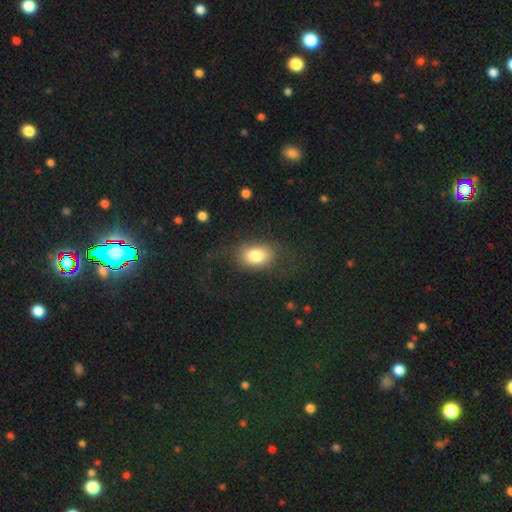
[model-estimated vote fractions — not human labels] This is likely a smooth galaxy (80%). How rounded: likely in between (77%). Merging: likely none (67%).